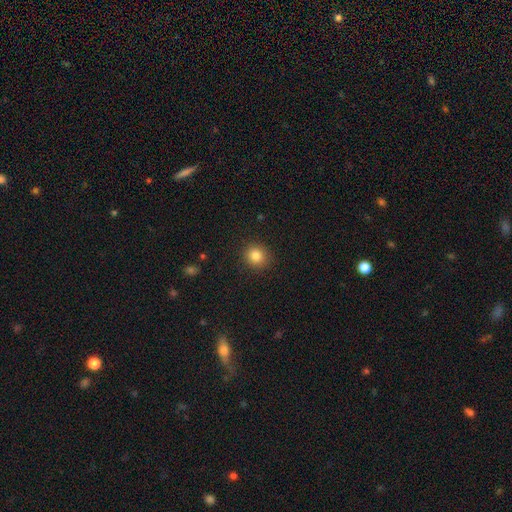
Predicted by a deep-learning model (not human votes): Overall: smooth (84%). How rounded: round (85%). Merging: none (89%).